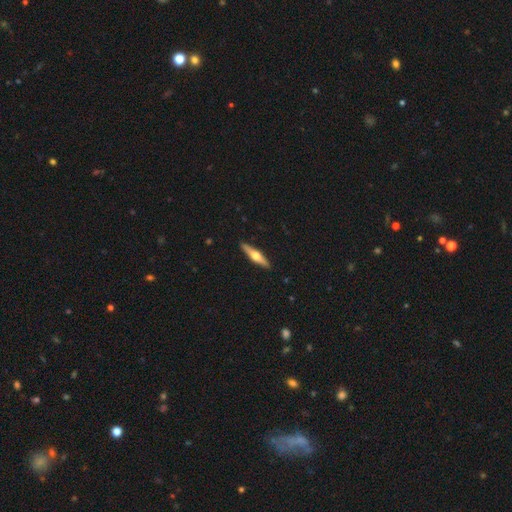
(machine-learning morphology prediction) This appears to be a featured or disk galaxy (62%) viewed edge-on (96%) with a rounded central bulge (94%). Merging: none (91%).